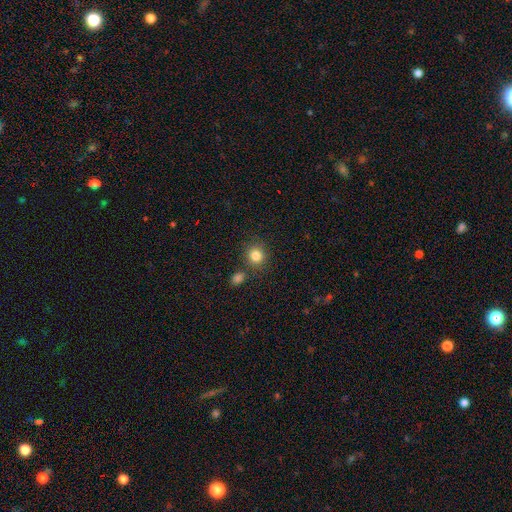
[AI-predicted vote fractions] Smooth or featured? Predicted: smooth (p=0.84). How rounded? Predicted: round (p=0.84). Merging? Predicted: none (p=0.79).